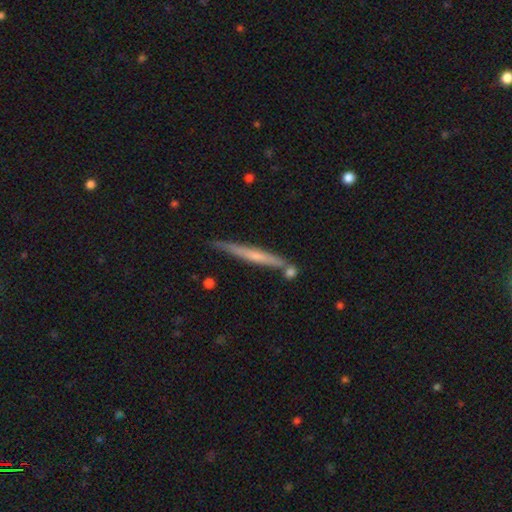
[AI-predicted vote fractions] Morphology: type=featured or disk (53%); edge-on=yes (96%); edge-on bulge=none (54%); merging=none (77%).